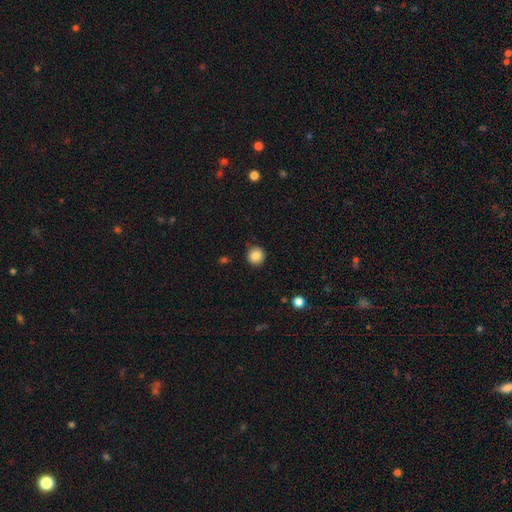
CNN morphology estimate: This appears to be a smooth galaxy with no disk features (86%) that is round (94%). Merging: none (92%).